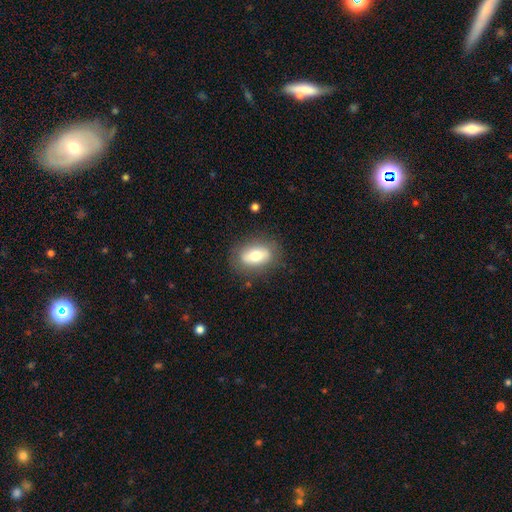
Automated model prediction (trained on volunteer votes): Morphology: type=smooth (68%); roundness=in between (84%); merging=none (81%).